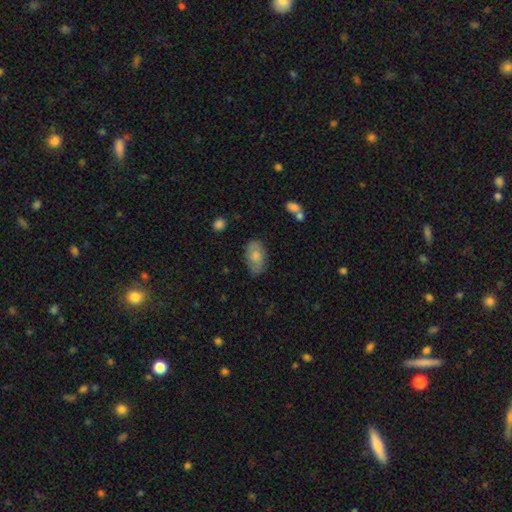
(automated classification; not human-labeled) This appears to be a smooth galaxy with no disk features (74%) that is in between round and cigar-shaped (92%). Merging: none (71%).